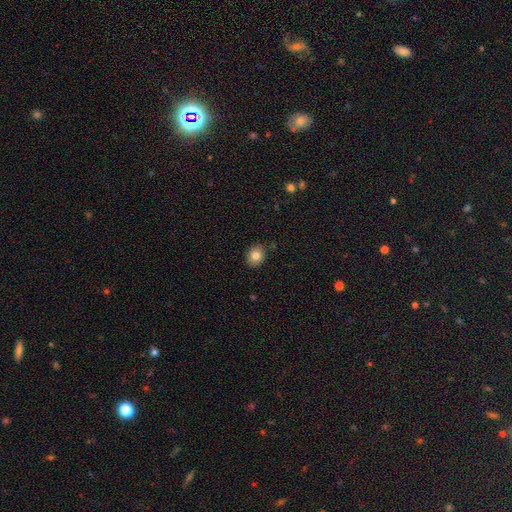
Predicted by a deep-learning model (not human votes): Smooth or featured: smooth — 81% (star or artifact — 9%)
How rounded: round — 53% (in between — 46%)
Merging: none — 86% (minor disturbance — 10%)